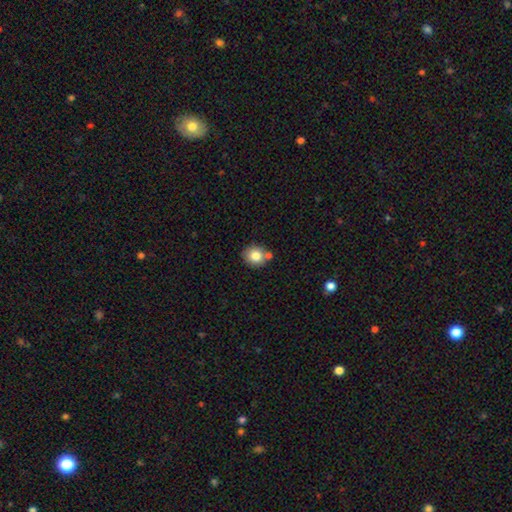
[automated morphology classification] The model was most divided on "merging": none: 69%, merger: 16%, minor disturbance: 12%, major disturbance: 3%. More confident: how rounded — round (82%); smooth or featured — smooth (81%).